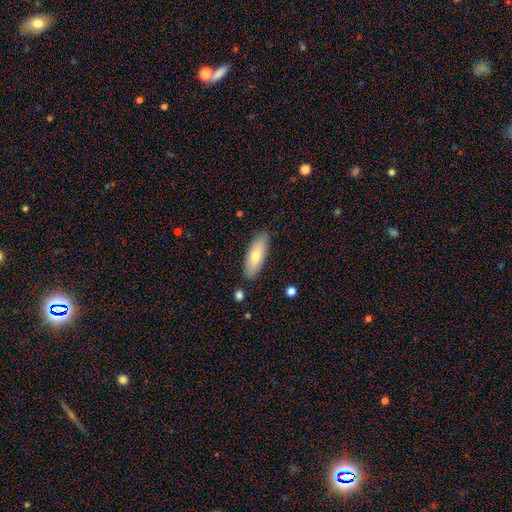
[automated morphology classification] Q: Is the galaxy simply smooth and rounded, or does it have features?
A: smooth — 71%.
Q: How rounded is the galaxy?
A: in between — 68%.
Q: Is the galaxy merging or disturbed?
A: none — 86%.